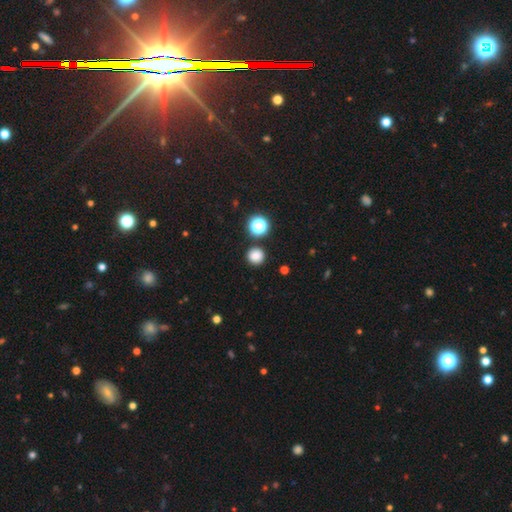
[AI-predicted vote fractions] A smooth galaxy with no disk features (82%) that is round (93%). Merging: none (88%).